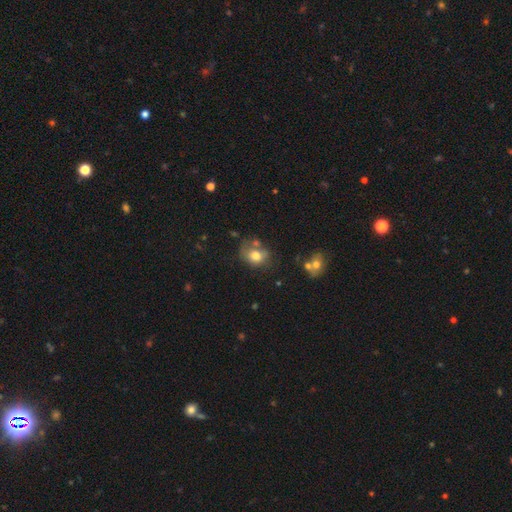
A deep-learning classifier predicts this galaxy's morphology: Smooth or featured: smooth — 73% (featured or disk — 17%)
How rounded: round — 50% (in between — 49%)
Merging: none — 44% (minor disturbance — 25%)